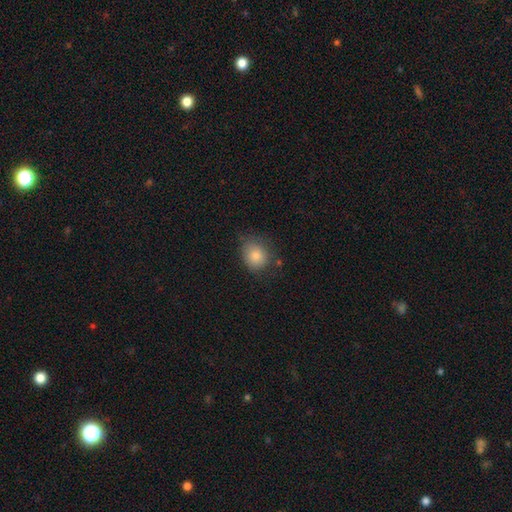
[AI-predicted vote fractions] Overall: smooth (83%). How rounded: round (60%; in between 40%). Merging: none (68%).